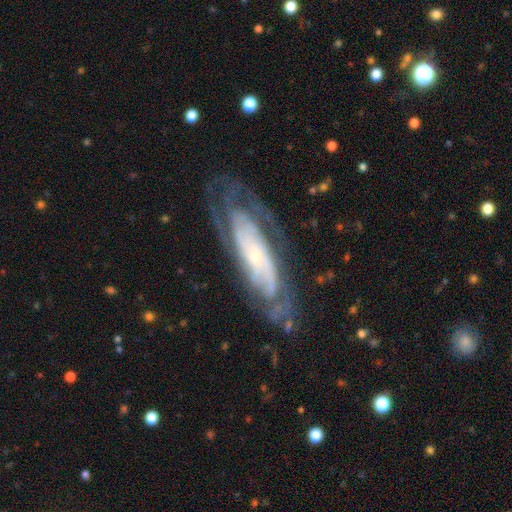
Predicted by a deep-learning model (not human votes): Q: Smooth or featured?
A: featured or disk (83%); runner-up: smooth (11%)
Q: Edge-on disk?
A: no (83%); runner-up: yes (17%)
Q: Bar?
A: no (70%); runner-up: weak (20%)
Q: Spiral arms?
A: yes (93%); runner-up: no (7%)
Q: Spiral winding?
A: tight (65%); runner-up: medium (28%)
Q: Spiral arm count?
A: can't tell (45%); runner-up: 2 (22%)
Q: Bulge size?
A: small (79%); runner-up: moderate (15%)
Q: Merging?
A: none (69%); runner-up: minor disturbance (19%)